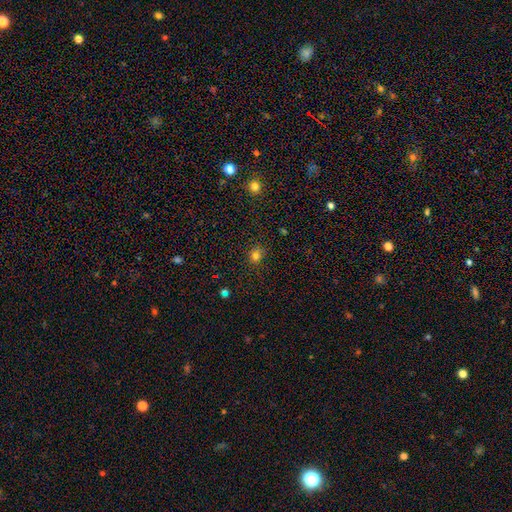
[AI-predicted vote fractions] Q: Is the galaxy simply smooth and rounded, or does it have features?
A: smooth — 78%.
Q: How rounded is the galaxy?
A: round — 78%.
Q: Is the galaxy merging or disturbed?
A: none — 82%.